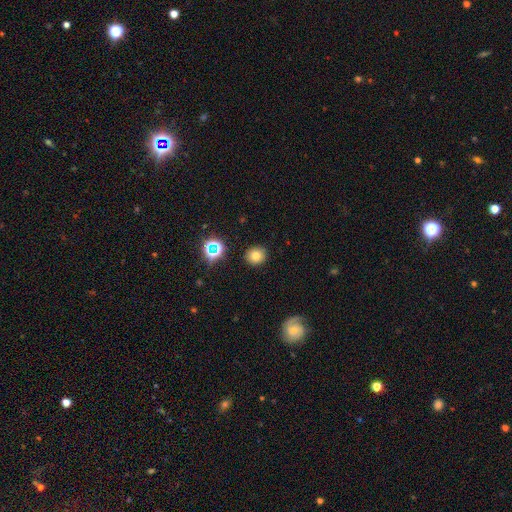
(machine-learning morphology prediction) This is likely a smooth galaxy (74%). How rounded: clearly round (85%). Merging: clearly none (89%).